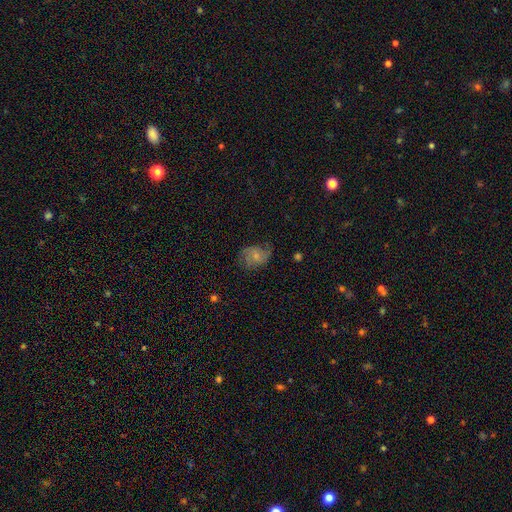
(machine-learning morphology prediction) Q: Smooth or featured?
A: featured or disk (50%); runner-up: smooth (41%)
Q: Edge-on disk?
A: no (97%); runner-up: yes (3%)
Q: Merging?
A: none (58%); runner-up: minor disturbance (27%)